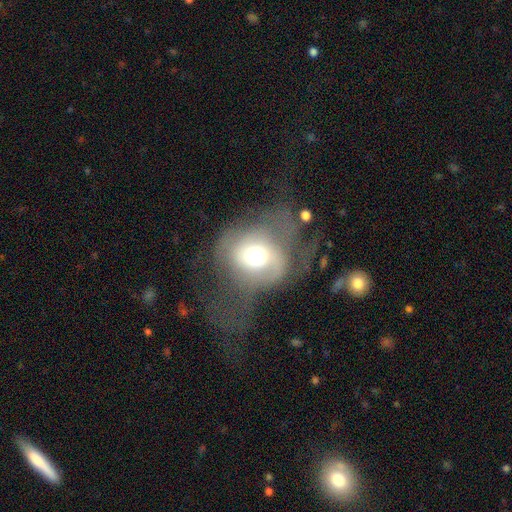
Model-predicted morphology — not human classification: smooth-or-featured: smooth: 45% | featured or disk: 44% | star or artifact: 11%
  merging: major disturbance: 49% | none: 28% | minor disturbance: 19% | merger: 4%